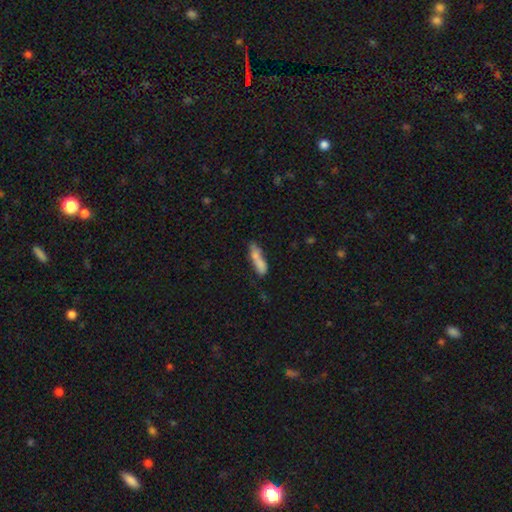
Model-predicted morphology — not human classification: Smooth or featured: smooth — 74% (featured or disk — 17%)
How rounded: cigar-shaped — 61% (in between — 36%)
Merging: none — 45% (minor disturbance — 23%)